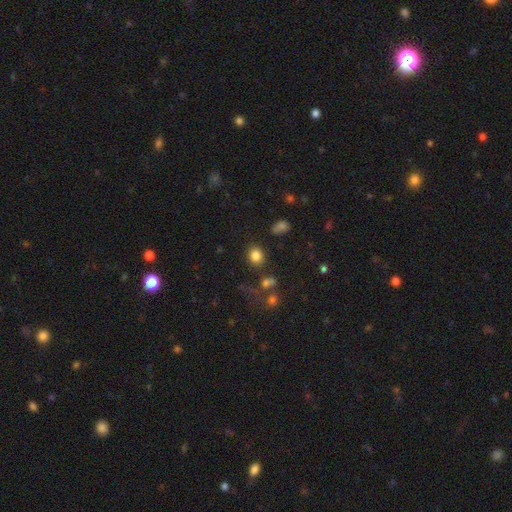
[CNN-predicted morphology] A smooth galaxy with no disk features (82%) that is round (70%).

Vote fractions:
- Smooth or featured? smooth: 82% / star or artifact: 12% / featured or disk: 6%
- How rounded? round: 70% / in between: 29% / cigar-shaped: 1%
- Merging? none: 80% / minor disturbance: 10% / merger: 5% / major disturbance: 4%